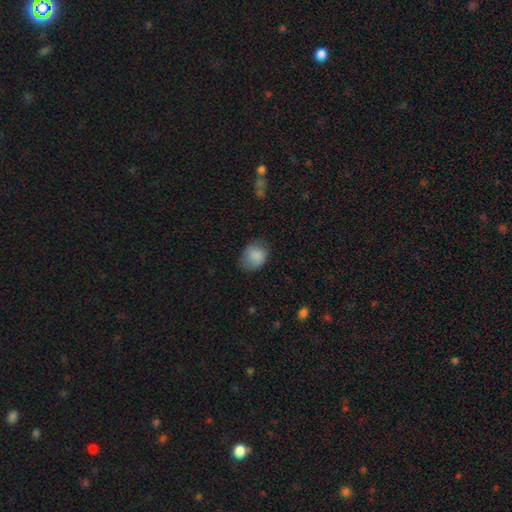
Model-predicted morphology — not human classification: This is clearly a smooth galaxy (86%). How rounded: possibly in between (58%). Merging: likely none (65%).